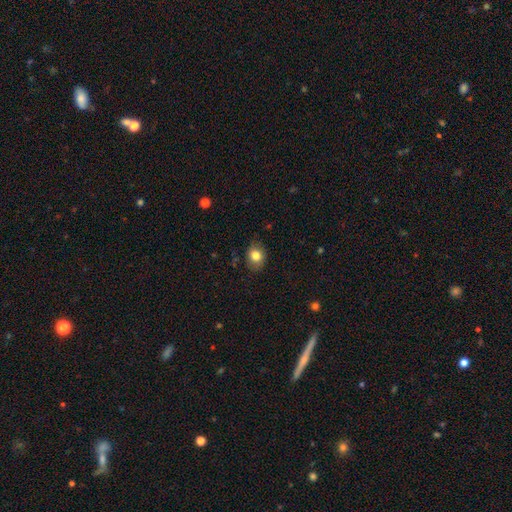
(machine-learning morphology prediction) Overall: smooth (81%). How rounded: in between (51%; round 48%). Merging: none (81%).